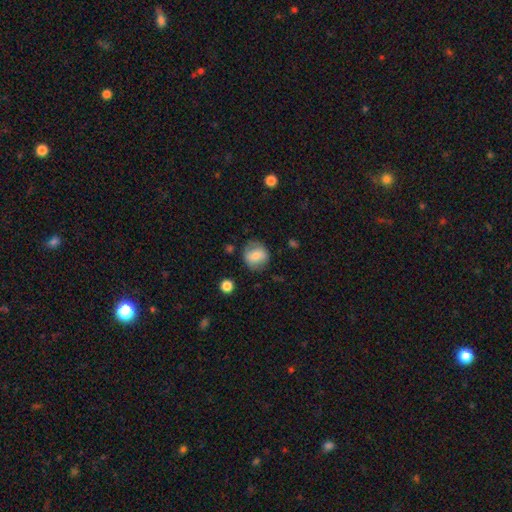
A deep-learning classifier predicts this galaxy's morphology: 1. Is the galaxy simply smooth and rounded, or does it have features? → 67% smooth, 25% featured or disk, 8% star or artifact.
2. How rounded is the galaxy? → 80% round, 19% in between, 1% cigar-shaped.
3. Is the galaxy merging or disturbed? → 75% none, 17% minor disturbance, 6% major disturbance, 2% merger.